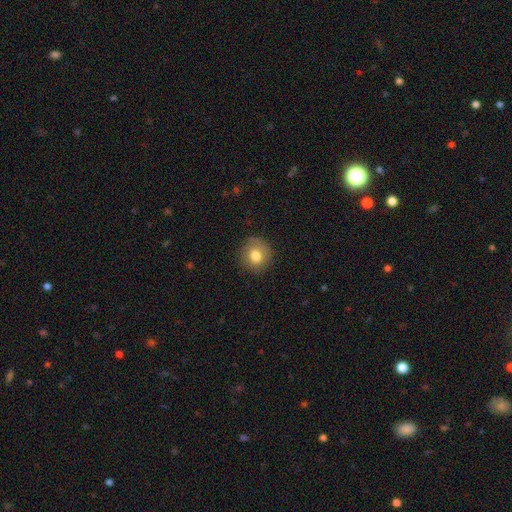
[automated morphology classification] Smooth or featured? smooth (79%)
How rounded? round (88%)
Merging? none (83%)